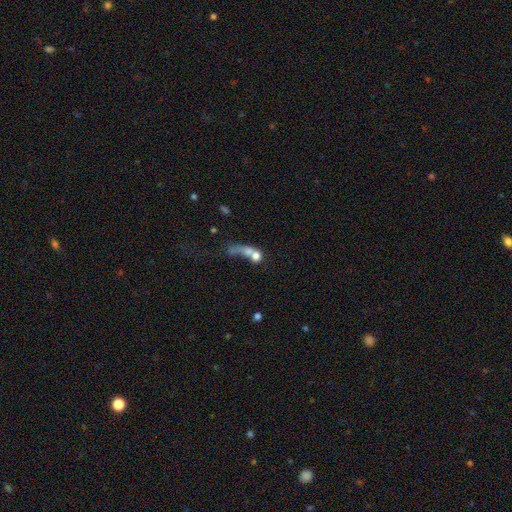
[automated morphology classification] smooth-or-featured: smooth: 60% | featured or disk: 27% | star or artifact: 14%
  how-rounded: round: 55% | in between: 34% | cigar-shaped: 11%
  merging: merger: 49% | major disturbance: 24% | none: 18% | minor disturbance: 8%